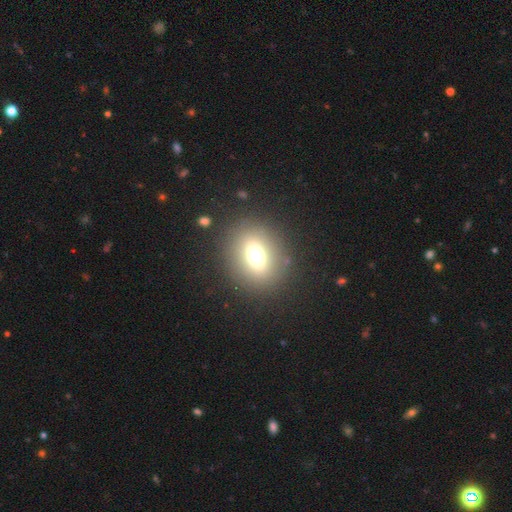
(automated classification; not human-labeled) The model was most divided on "how rounded": round: 64%, in between: 35%, cigar-shaped: 2%. More confident: merging — none (84%); smooth or featured — smooth (66%).